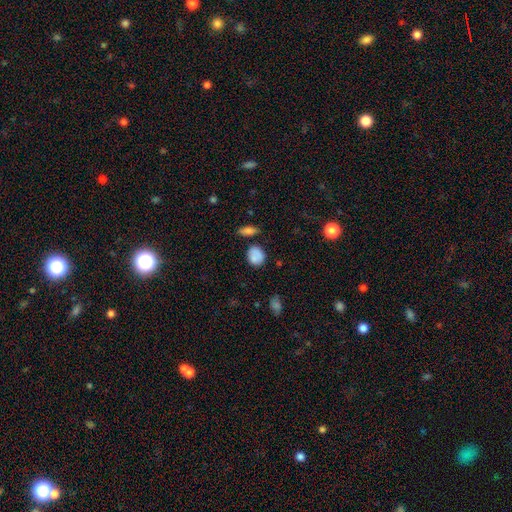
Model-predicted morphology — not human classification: Q: Smooth or featured?
A: smooth (83%); runner-up: star or artifact (10%)
Q: How rounded?
A: round (64%); runner-up: in between (35%)
Q: Merging?
A: none (68%); runner-up: minor disturbance (20%)